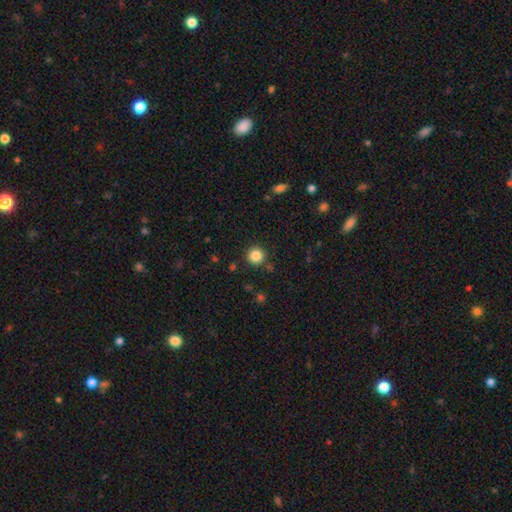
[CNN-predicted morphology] Overall: smooth (85%). How rounded: round (95%). Merging: none (89%).